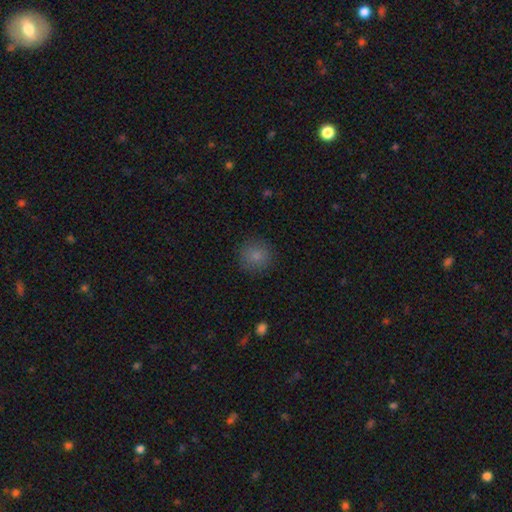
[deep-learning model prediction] Overall: smooth (83%). How rounded: round (91%). Merging: none (87%).